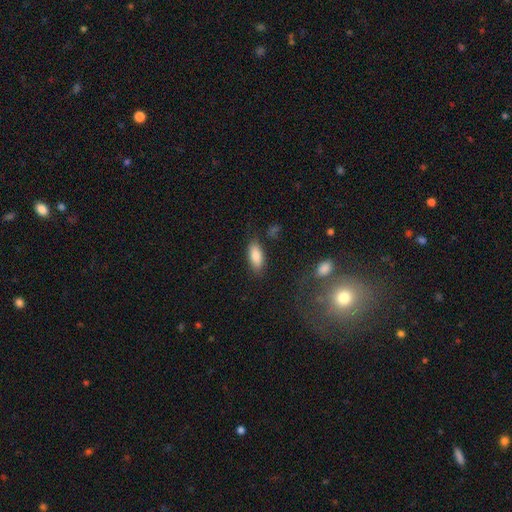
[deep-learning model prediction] Q: Smooth or featured?
A: smooth (84%); runner-up: featured or disk (9%)
Q: How rounded?
A: in between (86%); runner-up: cigar-shaped (12%)
Q: Merging?
A: none (80%); runner-up: minor disturbance (13%)